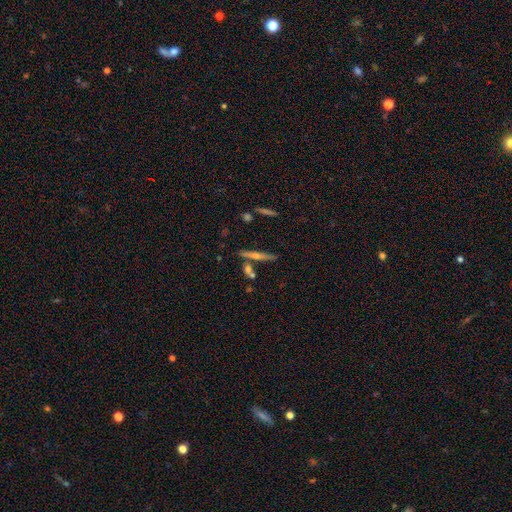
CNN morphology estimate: Smooth or featured?
  - featured or disk: 66% *
  - smooth: 26%
  - star or artifact: 9%
Edge-on disk?
  - yes: 96% *
  - no: 4%
Edge-on bulge?
  - rounded: 83% *
  - none: 13%
  - boxy: 4%
Merging?
  - none: 78% *
  - merger: 11%
  - minor disturbance: 9%
  - major disturbance: 2%